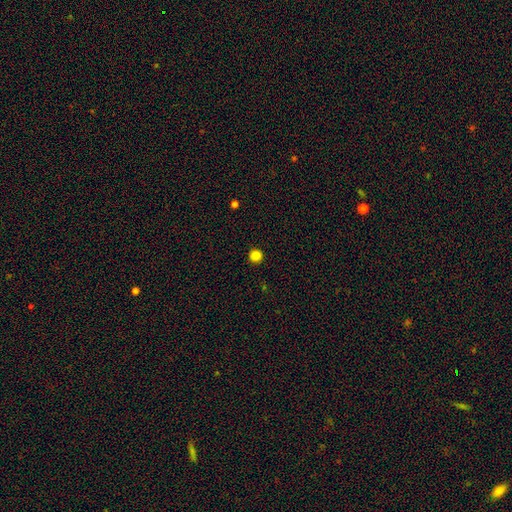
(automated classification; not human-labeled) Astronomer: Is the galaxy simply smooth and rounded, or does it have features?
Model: smooth — 85%.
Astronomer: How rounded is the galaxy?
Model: round — 95%.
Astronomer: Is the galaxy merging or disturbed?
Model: none — 92%.